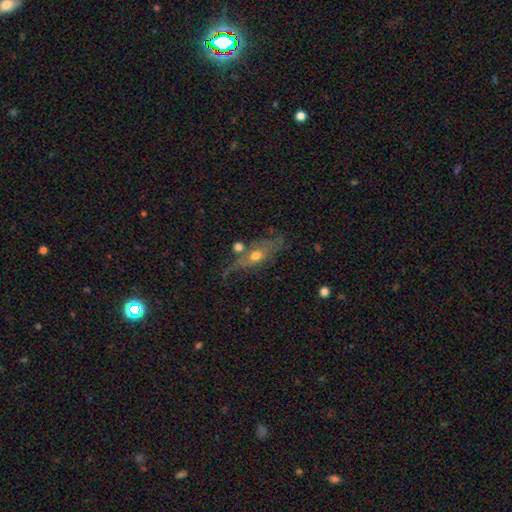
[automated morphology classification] Smooth or featured? featured or disk (49%)
Merging? none (42%)